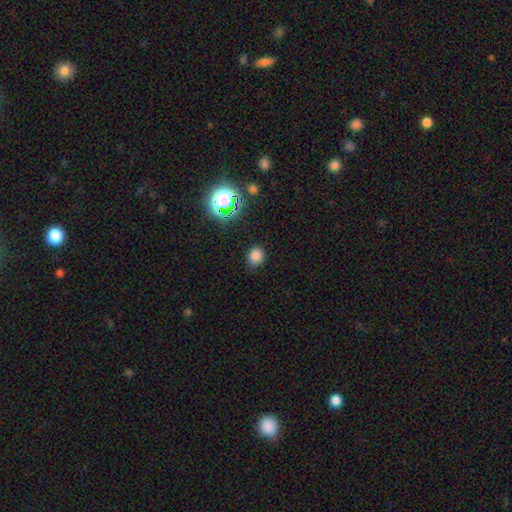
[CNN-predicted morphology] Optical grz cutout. It shows a smooth galaxy with no disk features (77%) that is round (76%). Merging: none (85%).